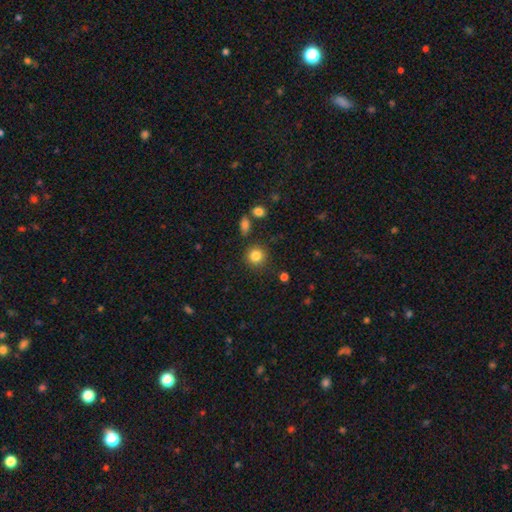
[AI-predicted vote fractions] This appears to be a smooth galaxy with no disk features (85%) that is round (91%). Merging: none (86%).